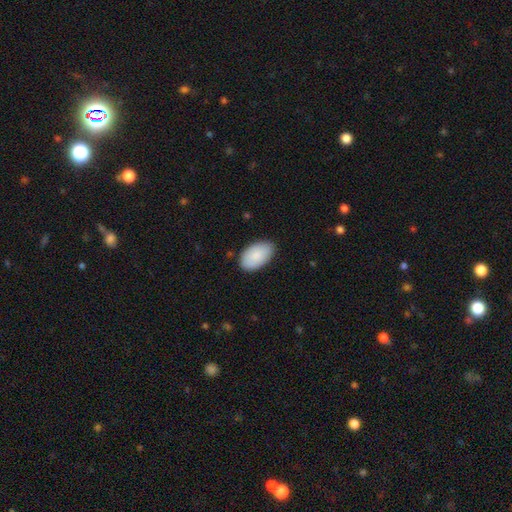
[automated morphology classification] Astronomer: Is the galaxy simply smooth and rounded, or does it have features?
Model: smooth — 87%.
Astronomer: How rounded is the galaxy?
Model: in between — 95%.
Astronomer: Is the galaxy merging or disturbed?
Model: none — 82%.